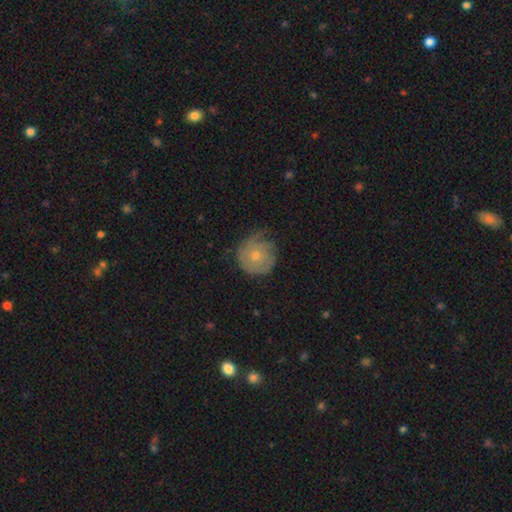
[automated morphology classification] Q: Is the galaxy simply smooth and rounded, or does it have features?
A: smooth — 47%.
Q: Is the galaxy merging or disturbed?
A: none — 56%.